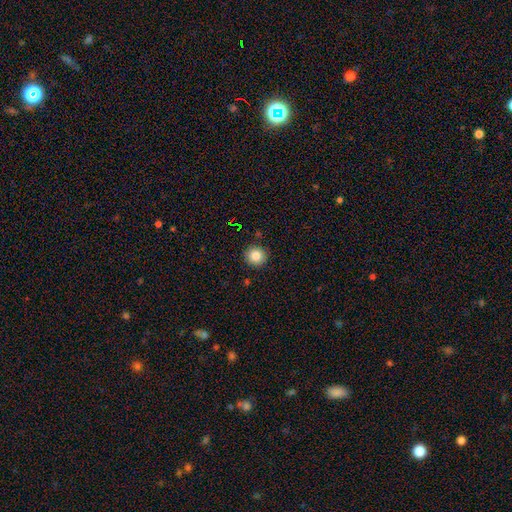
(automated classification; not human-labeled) Smooth or featured? Predicted: smooth (p=0.85). How rounded? Predicted: round (p=0.94). Merging? Predicted: none (p=0.90).